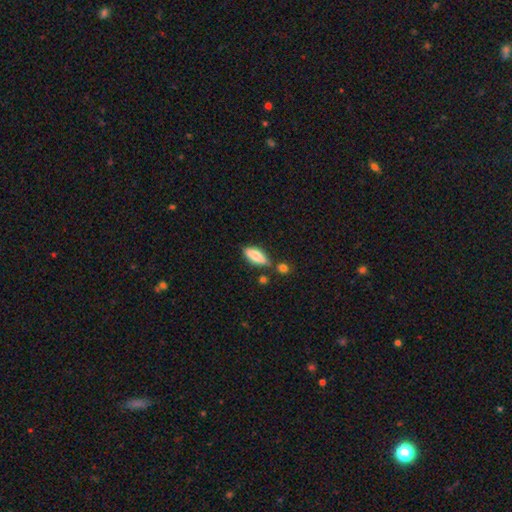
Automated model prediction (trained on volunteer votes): Smooth or featured: smooth — 77% (featured or disk — 16%)
How rounded: in between — 75% (cigar-shaped — 23%)
Merging: none — 69% (minor disturbance — 16%)